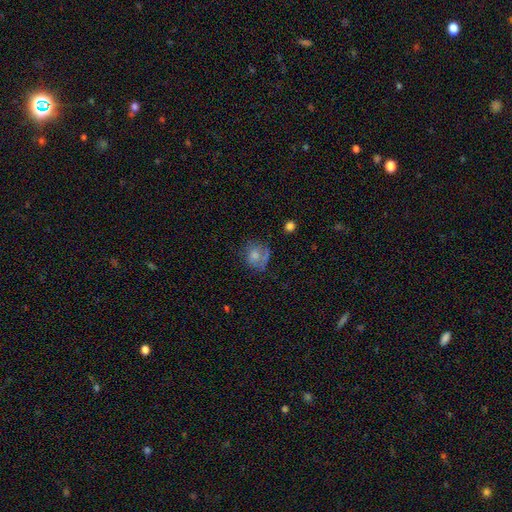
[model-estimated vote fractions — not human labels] This is likely a smooth galaxy (65%). How rounded: likely round (70%). Merging: possibly none (47%).